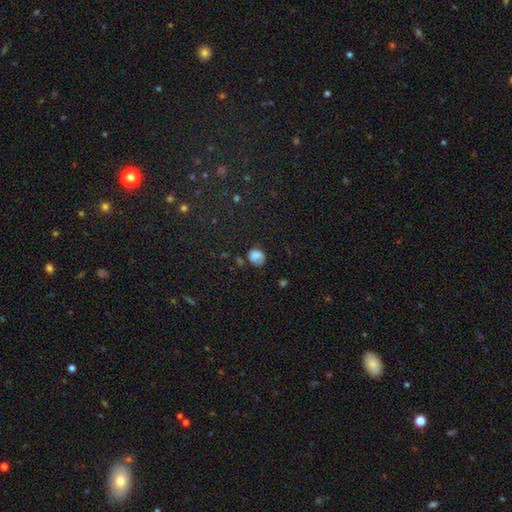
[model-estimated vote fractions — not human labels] Smooth or featured: smooth — 77% (star or artifact — 12%)
How rounded: round — 64% (in between — 35%)
Merging: none — 55% (minor disturbance — 29%)